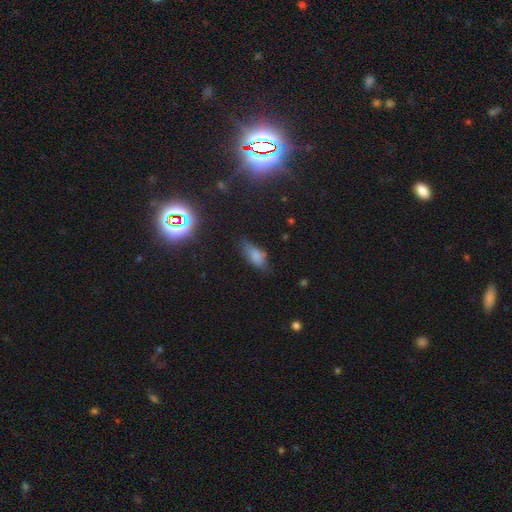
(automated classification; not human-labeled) This is likely a smooth galaxy (69%). How rounded: clearly in between (81%). Merging: possibly none (57%).